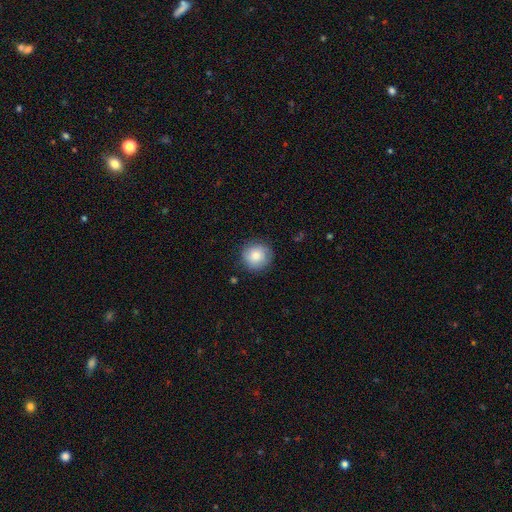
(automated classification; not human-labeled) Smooth or featured?
  - smooth: 81% *
  - featured or disk: 11%
  - star or artifact: 7%
How rounded?
  - round: 93% *
  - in between: 6%
  - cigar-shaped: 1%
Merging?
  - none: 85% *
  - minor disturbance: 11%
  - major disturbance: 3%
  - merger: 1%